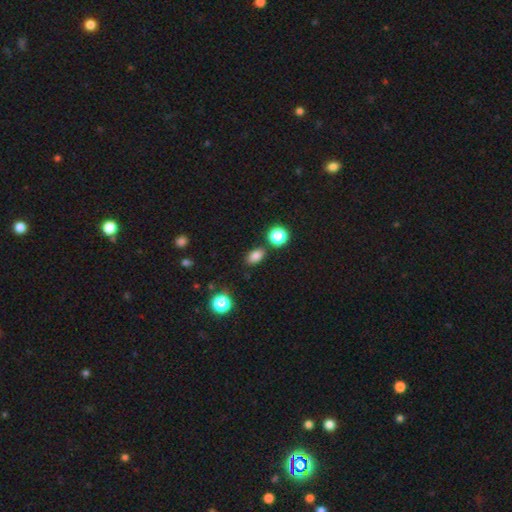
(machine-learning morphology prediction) smooth-or-featured: smooth: 82% | star or artifact: 13% | featured or disk: 5%
  how-rounded: in between: 82% | round: 16% | cigar-shaped: 2%
  merging: none: 82% | minor disturbance: 10% | merger: 5% | major disturbance: 3%